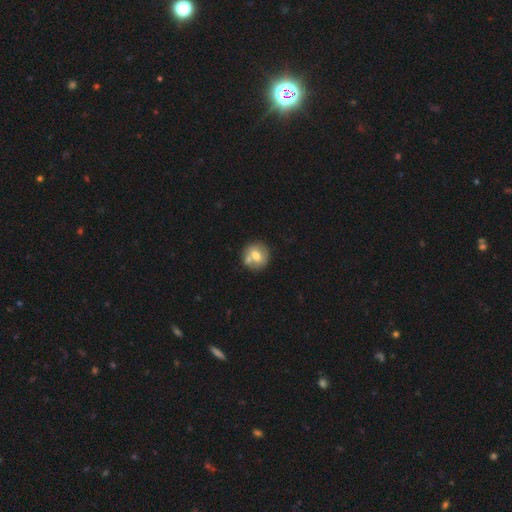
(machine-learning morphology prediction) Smooth or featured? Predicted: smooth (p=0.66). How rounded? Predicted: round (p=0.91). Merging? Predicted: none (p=0.66).